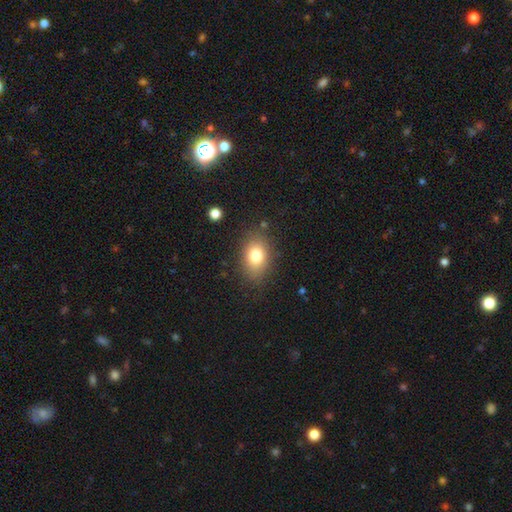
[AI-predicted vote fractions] Smooth or featured?
  - smooth: 78% *
  - featured or disk: 12%
  - star or artifact: 10%
How rounded?
  - in between: 78% *
  - round: 21%
  - cigar-shaped: 1%
Merging?
  - none: 82% *
  - minor disturbance: 12%
  - major disturbance: 4%
  - merger: 2%